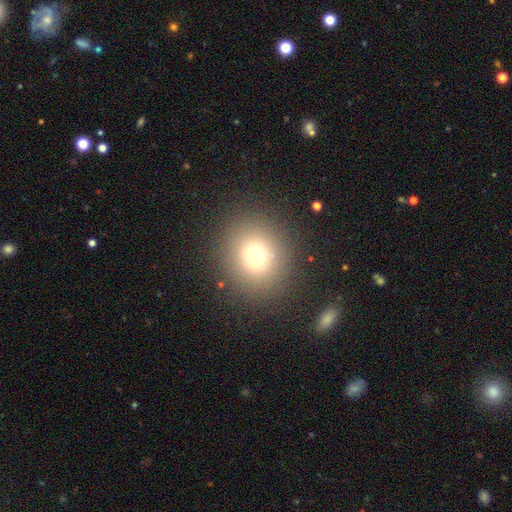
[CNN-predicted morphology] Smooth or featured? Predicted: smooth (p=0.73). How rounded? Predicted: round (p=0.82). Merging? Predicted: none (p=0.87).